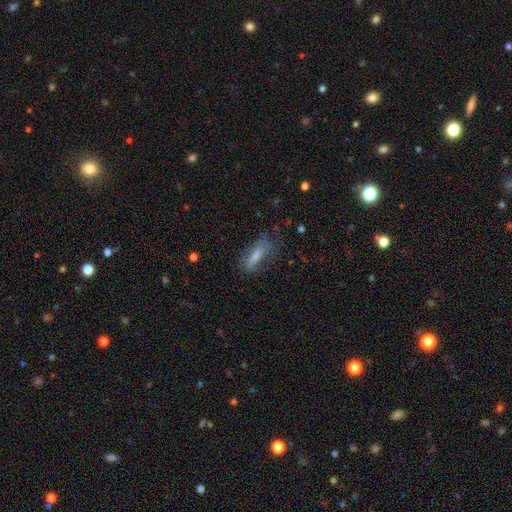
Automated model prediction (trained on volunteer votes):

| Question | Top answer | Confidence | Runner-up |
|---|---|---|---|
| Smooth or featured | smooth | 57% | featured or disk (30%) |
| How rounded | cigar-shaped | 57% | in between (40%) |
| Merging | none | 66% | minor disturbance (22%) |